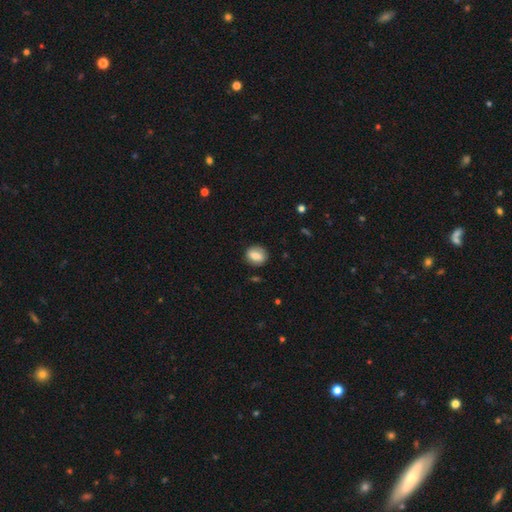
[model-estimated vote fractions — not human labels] This is likely a smooth galaxy (73%). How rounded: possibly round (57%). Merging: clearly none (84%).